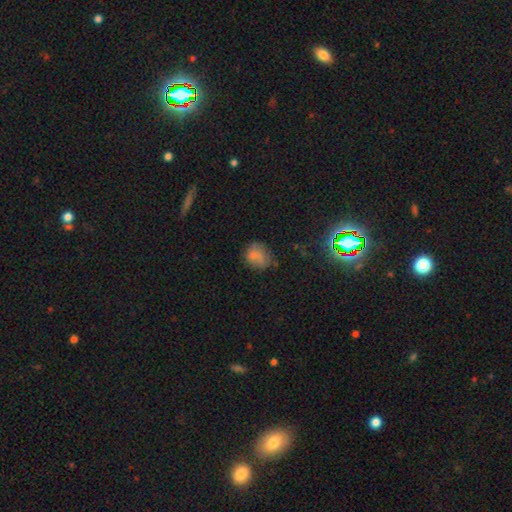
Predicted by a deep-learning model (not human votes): A smooth galaxy with no disk features (68%) that is round (60%). Merging: none (56%).